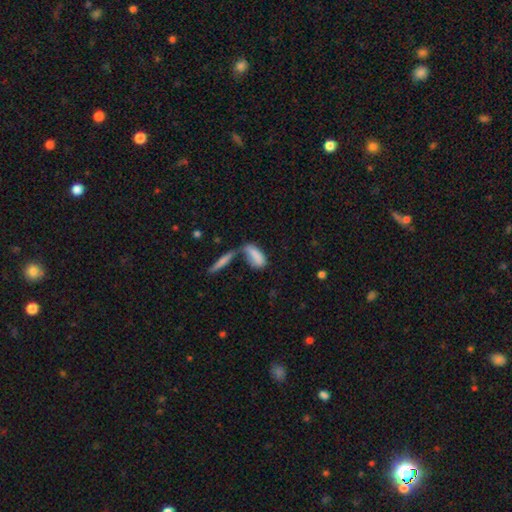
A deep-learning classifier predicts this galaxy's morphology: smooth-or-featured: smooth: 78% | featured or disk: 14% | star or artifact: 8%
  how-rounded: in between: 68% | cigar-shaped: 29% | round: 3%
  merging: merger: 46% | none: 27% | minor disturbance: 14% | major disturbance: 13%